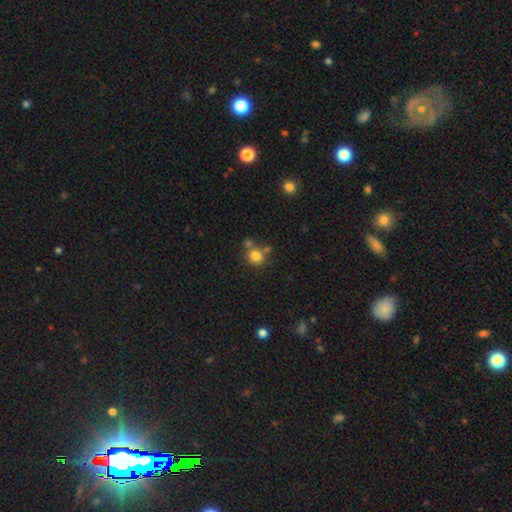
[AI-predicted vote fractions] Smooth or featured? smooth (80%)
How rounded? round (88%)
Merging? none (63%)